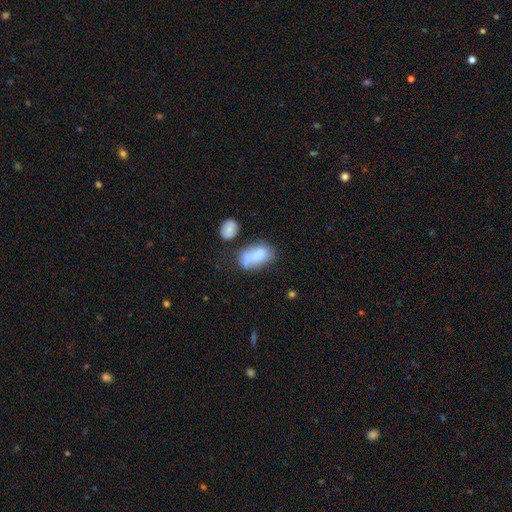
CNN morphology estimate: This appears to be a smooth galaxy with no disk features (71%) that is in between round and cigar-shaped (89%). Merging: none (32%).